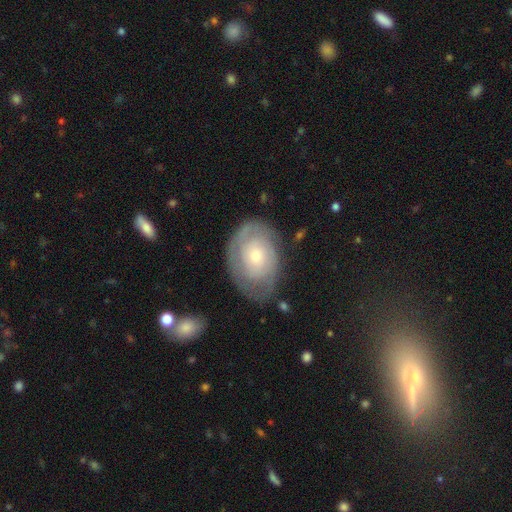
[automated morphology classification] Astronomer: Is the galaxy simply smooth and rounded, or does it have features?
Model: featured or disk — 67%.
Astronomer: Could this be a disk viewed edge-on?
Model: no — 96%.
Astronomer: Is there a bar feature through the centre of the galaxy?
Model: no — 82%.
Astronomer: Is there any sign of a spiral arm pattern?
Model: yes — 79%.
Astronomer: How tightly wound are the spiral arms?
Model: tight — 72%.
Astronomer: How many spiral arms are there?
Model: can't tell — 50% (runner-up: 2, 28%).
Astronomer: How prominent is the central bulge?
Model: small — 59% (runner-up: moderate, 35%).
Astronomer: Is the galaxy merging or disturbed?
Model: none — 71%.